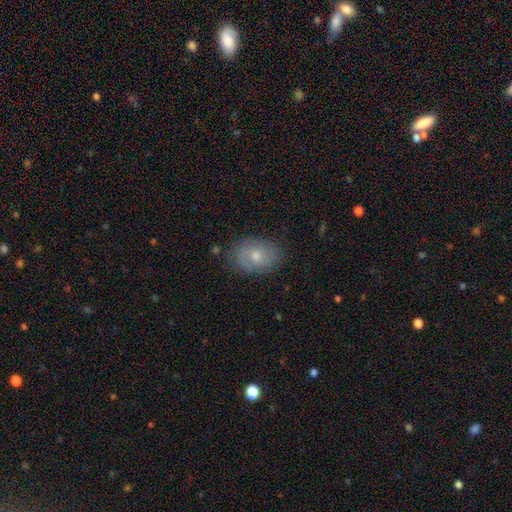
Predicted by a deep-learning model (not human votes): A smooth galaxy with no disk features (56%) that is in between round and cigar-shaped (73%).

Vote fractions:
- Smooth or featured? smooth: 56% / featured or disk: 35% / star or artifact: 9%
- How rounded? in between: 73% / round: 26% / cigar-shaped: 1%
- Merging? none: 80% / minor disturbance: 15% / major disturbance: 4% / merger: 1%